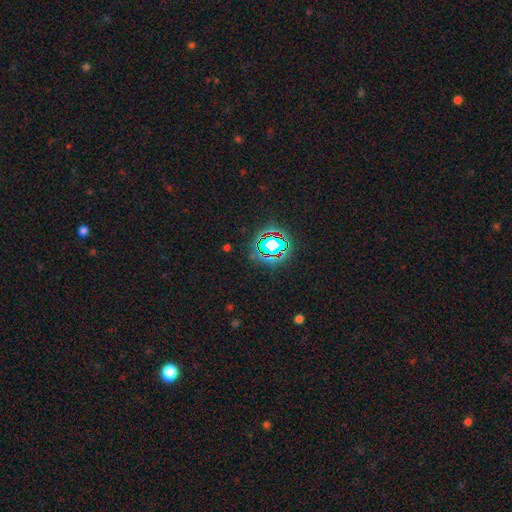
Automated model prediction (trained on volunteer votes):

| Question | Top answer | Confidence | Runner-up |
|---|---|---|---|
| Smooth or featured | star or artifact | 78% | smooth (14%) |